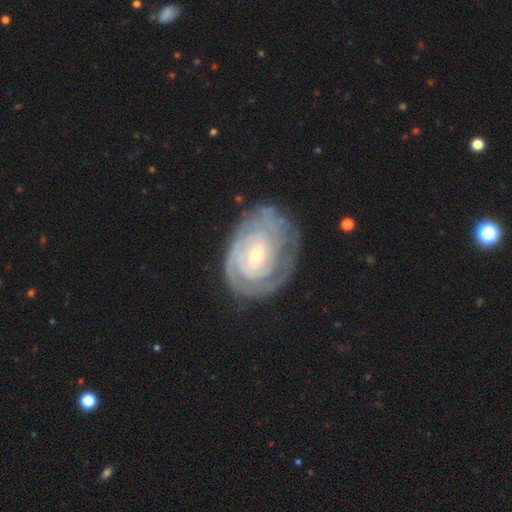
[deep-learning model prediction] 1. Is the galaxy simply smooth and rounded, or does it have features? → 81% featured or disk, 13% smooth, 5% star or artifact.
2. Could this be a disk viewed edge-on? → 96% no, 4% yes.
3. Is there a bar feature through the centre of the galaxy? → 72% no, 22% weak, 6% strong.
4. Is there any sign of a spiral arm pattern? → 90% yes, 10% no.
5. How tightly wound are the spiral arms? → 82% tight, 14% medium, 4% loose.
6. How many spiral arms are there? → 49% can't tell, 18% 2, 12% 3, 9% 4, 6% 1, 6% more than 4.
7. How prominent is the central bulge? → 71% small, 25% moderate, 2% large, 1% none, 1% dominant.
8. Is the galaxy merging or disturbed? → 69% none, 20% minor disturbance, 9% major disturbance, 2% merger.